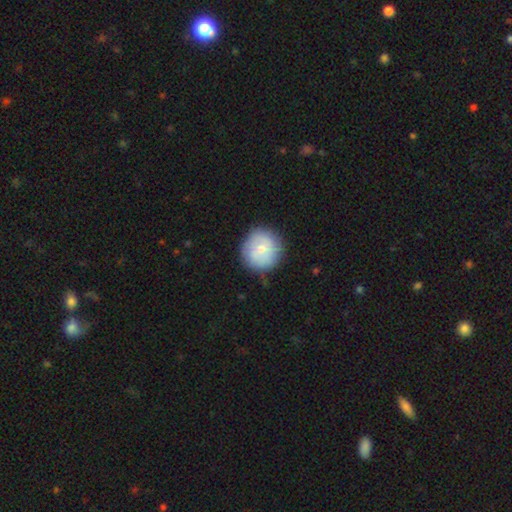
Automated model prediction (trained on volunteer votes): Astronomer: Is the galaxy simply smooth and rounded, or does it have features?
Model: smooth — 66%.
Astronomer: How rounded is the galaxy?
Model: round — 92%.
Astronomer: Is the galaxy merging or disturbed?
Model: none — 81%.